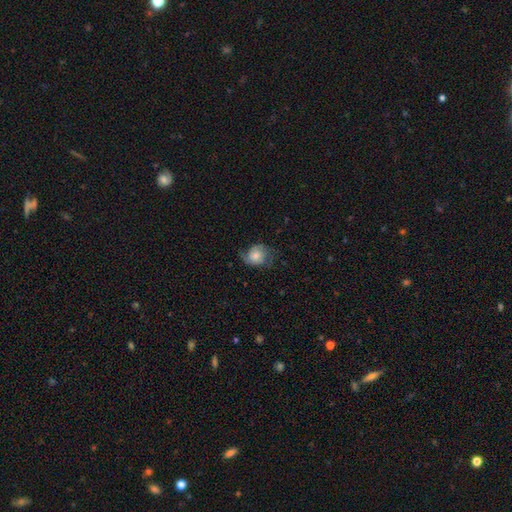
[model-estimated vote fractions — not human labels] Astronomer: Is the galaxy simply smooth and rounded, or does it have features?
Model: featured or disk — 47% (runner-up: smooth, 45%).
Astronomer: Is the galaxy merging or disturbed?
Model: none — 54%.